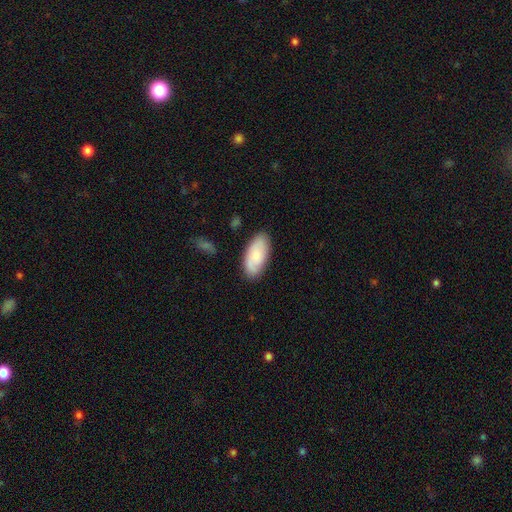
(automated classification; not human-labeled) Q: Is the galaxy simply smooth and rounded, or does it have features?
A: smooth — 68%.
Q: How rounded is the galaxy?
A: in between — 93%.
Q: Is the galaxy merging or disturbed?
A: none — 79%.